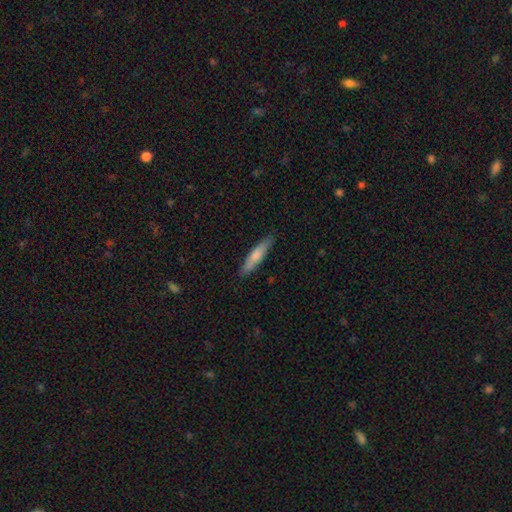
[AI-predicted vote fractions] smooth-or-featured: smooth: 72% | featured or disk: 23% | star or artifact: 5%
  how-rounded: cigar-shaped: 86% | in between: 13% | round: 1%
  merging: none: 87% | minor disturbance: 10% | major disturbance: 2% | merger: 1%